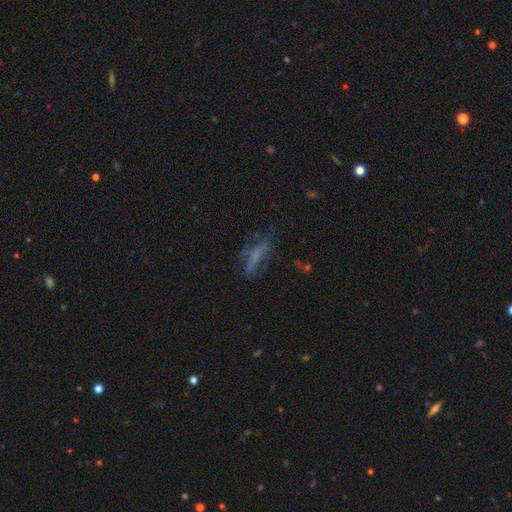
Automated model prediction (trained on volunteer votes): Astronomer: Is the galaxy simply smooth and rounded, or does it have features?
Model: smooth — 41% (runner-up: featured or disk, 39%).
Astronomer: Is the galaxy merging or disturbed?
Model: none — 49% (runner-up: major disturbance, 25%).